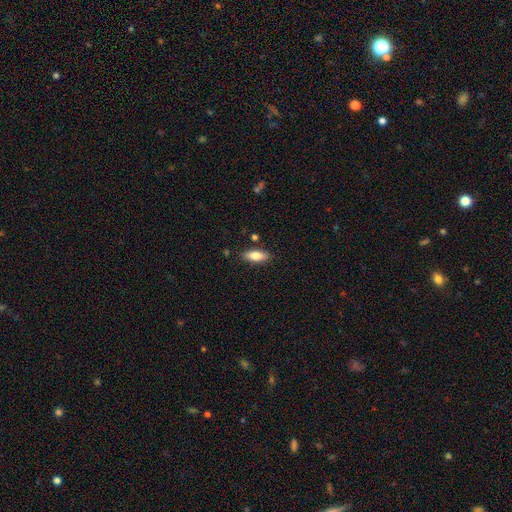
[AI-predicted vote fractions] Smooth or featured? Predicted: smooth (p=0.72). How rounded? Predicted: in between (p=0.68). Merging? Predicted: none (p=0.85).